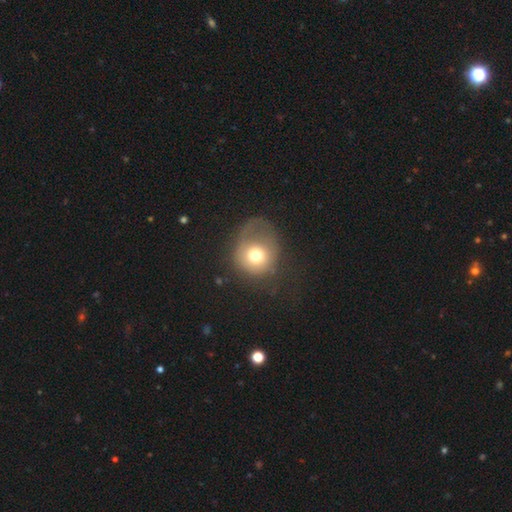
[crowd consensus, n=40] Volunteers were most divided on "merging": major disturbance: 37%, none: 32%, minor disturbance: 32%, merger: 0%. More confident: how rounded — round (64%); smooth or featured — smooth (62%).